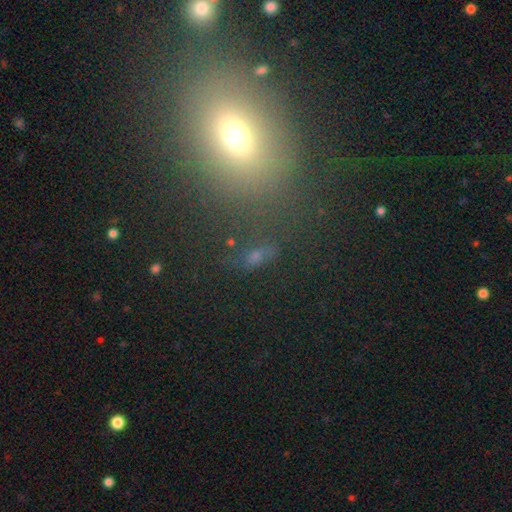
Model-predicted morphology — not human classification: type=smooth (45%); merging=none (59%).